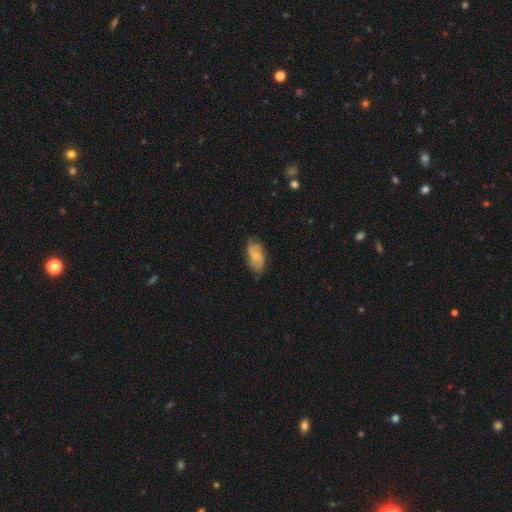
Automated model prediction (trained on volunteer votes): Smooth or featured? featured or disk (46%, tied with smooth)
Merging? none (71%)